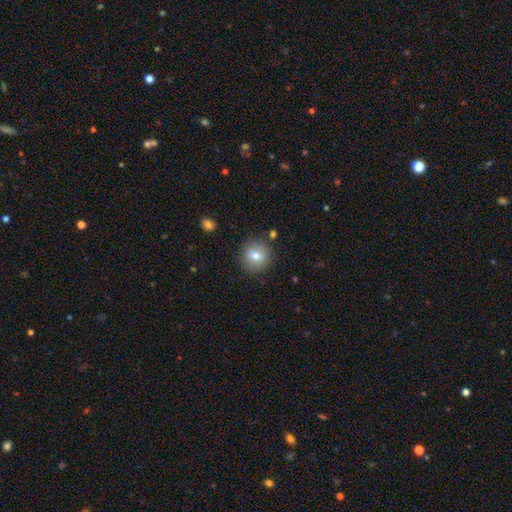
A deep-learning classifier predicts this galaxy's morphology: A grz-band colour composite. It shows a smooth galaxy with no disk features (76%) that is round (89%). Merging: none (86%).